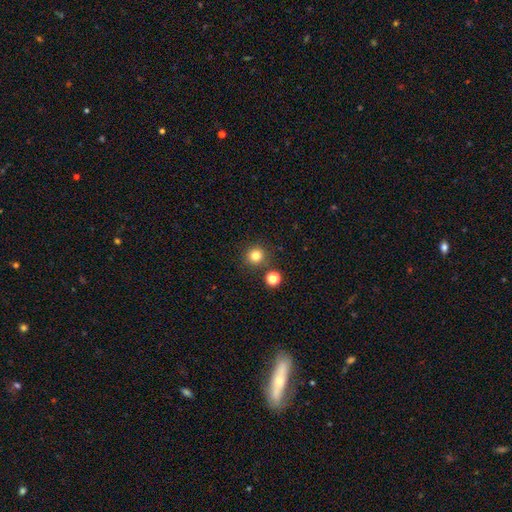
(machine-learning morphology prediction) A smooth galaxy with no disk features (80%) that is round (94%). Merging: none (85%).